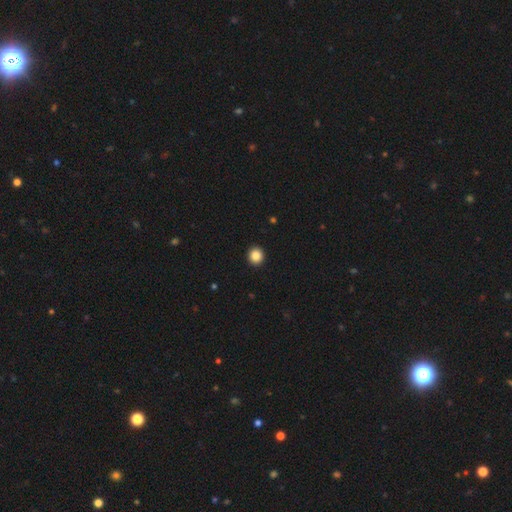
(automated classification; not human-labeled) Smooth or featured? Predicted: smooth (p=0.86). How rounded? Predicted: round (p=0.91). Merging? Predicted: none (p=0.94).